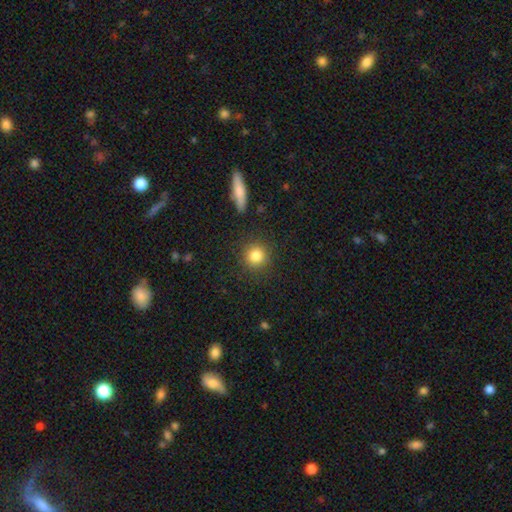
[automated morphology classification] Smooth or featured? smooth (84%)
How rounded? round (90%)
Merging? none (87%)